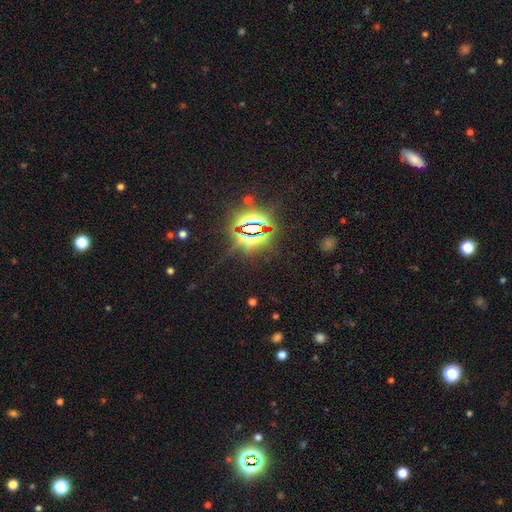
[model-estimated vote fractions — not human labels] star or artifact 85%, smooth 9%, featured or disk 6%.